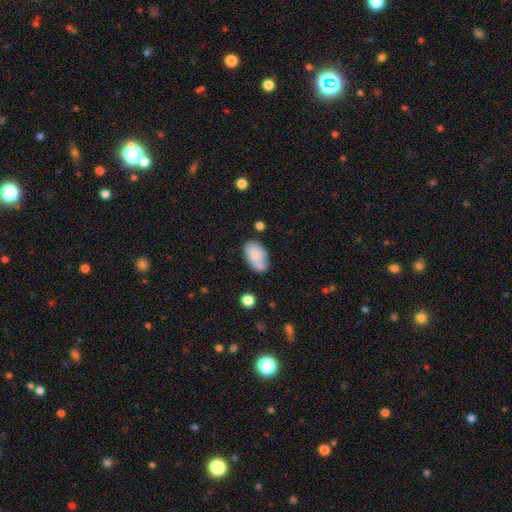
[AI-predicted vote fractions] Smooth or featured?
  - smooth: 82% *
  - featured or disk: 11%
  - star or artifact: 7%
How rounded?
  - in between: 94% *
  - round: 4%
  - cigar-shaped: 2%
Merging?
  - none: 65% *
  - minor disturbance: 22%
  - merger: 8%
  - major disturbance: 5%